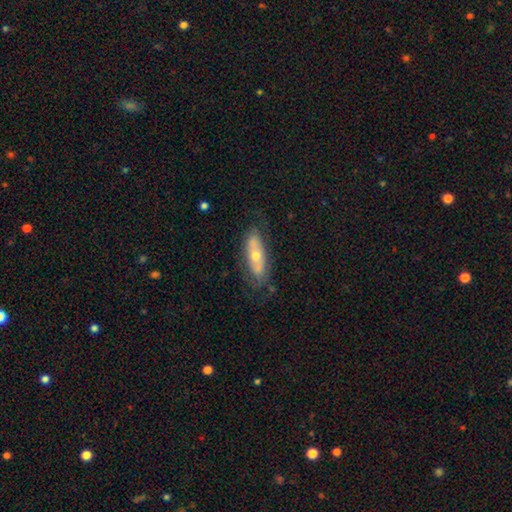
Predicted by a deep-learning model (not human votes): This is possibly a featured or disk galaxy (53%). It is likely not viewed edge-on (73%). Merging: likely none (69%).